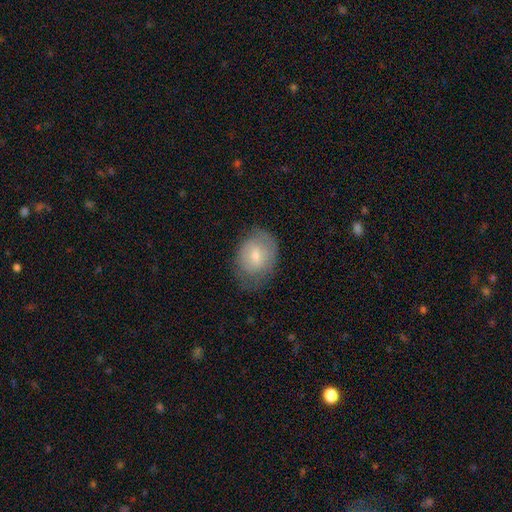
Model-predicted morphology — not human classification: This appears to be a smooth galaxy with no disk features (60%) that is in between round and cigar-shaped (73%). Merging: none (63%).